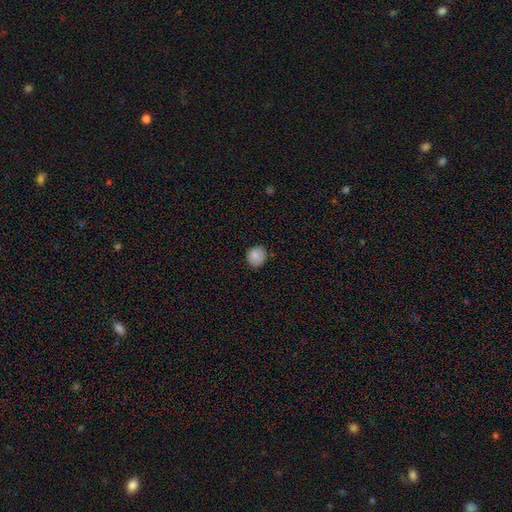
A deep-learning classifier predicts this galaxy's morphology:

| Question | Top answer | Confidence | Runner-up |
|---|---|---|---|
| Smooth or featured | smooth | 84% | star or artifact (9%) |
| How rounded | round | 76% | in between (23%) |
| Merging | none | 80% | minor disturbance (16%) |